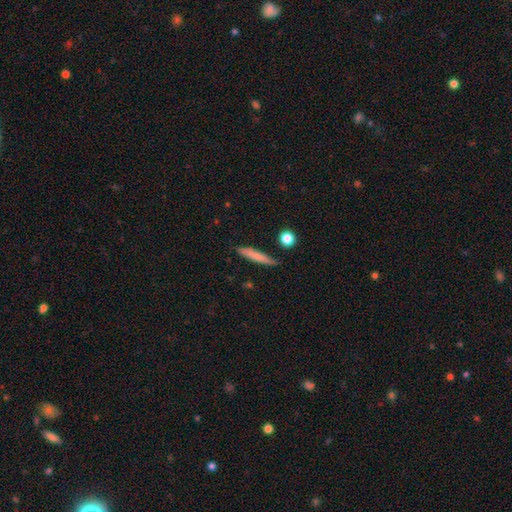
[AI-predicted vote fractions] The model was most divided on "smooth or featured": smooth: 73%, featured or disk: 21%, star or artifact: 6%. More confident: how rounded — cigar-shaped (92%); merging — none (84%).